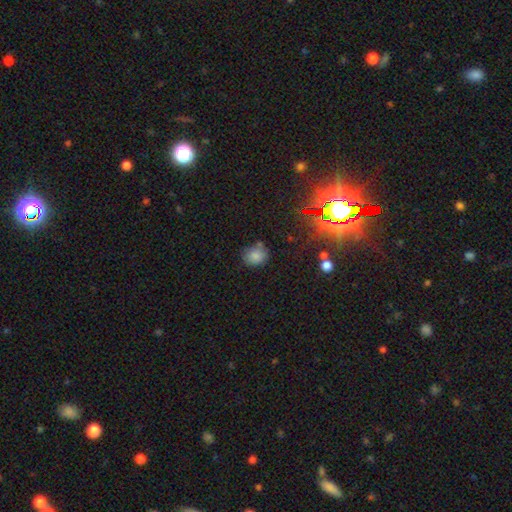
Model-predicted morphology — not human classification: smooth 79%, star or artifact 14%, featured or disk 7%. Down the decision tree: how rounded — round (69%); merging — none (69%).